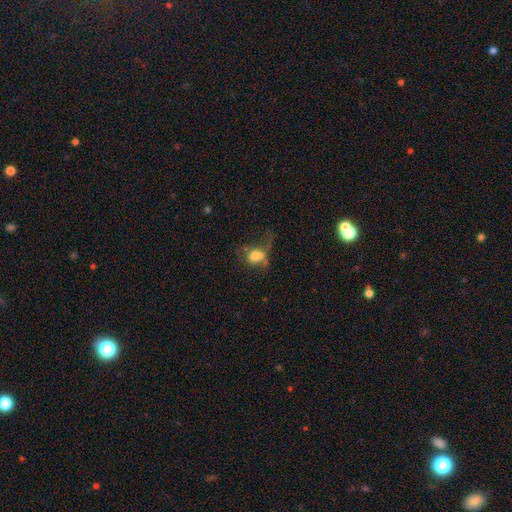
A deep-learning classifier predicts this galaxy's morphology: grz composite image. It shows a smooth galaxy with no disk features (62%) that is in between round and cigar-shaped (53%). Merging: merger (35%).